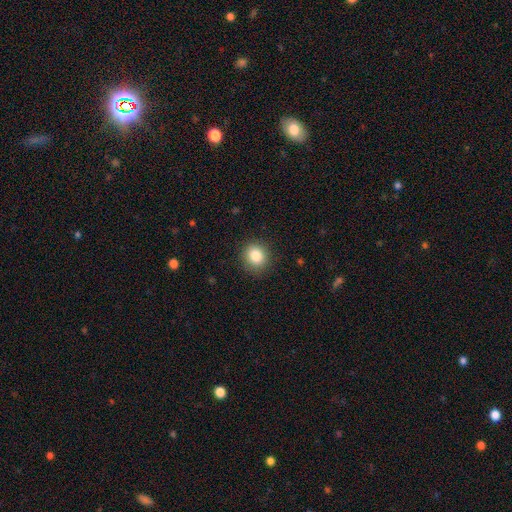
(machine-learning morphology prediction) smooth-or-featured: smooth: 84% | star or artifact: 10% | featured or disk: 6%
  how-rounded: round: 81% | in between: 18% | cigar-shaped: 1%
  merging: none: 89% | minor disturbance: 8% | major disturbance: 2% | merger: 1%